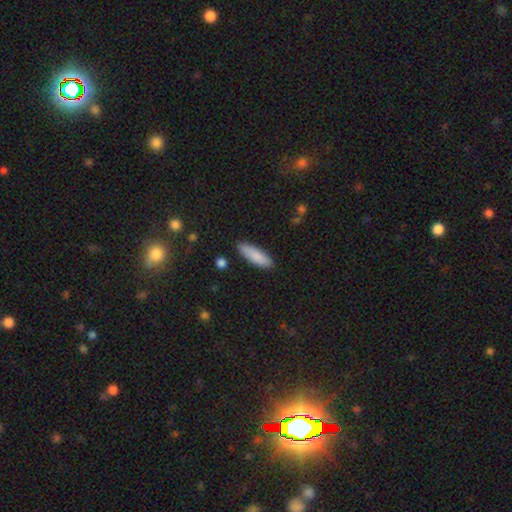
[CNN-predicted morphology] smooth_or_featured: smooth (p=0.87) [alt: featured or disk p=0.08]
how_rounded: cigar-shaped (p=0.52) [alt: in between p=0.46]
merging: none (p=0.87) [alt: minor disturbance p=0.10]